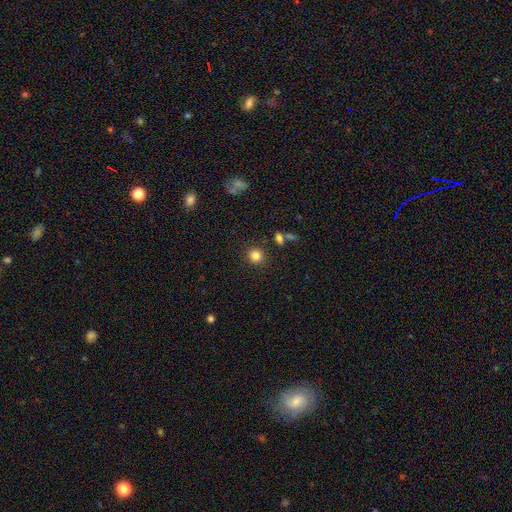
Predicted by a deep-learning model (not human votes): This is clearly a smooth galaxy (83%). How rounded: clearly round (90%). Merging: clearly none (88%).